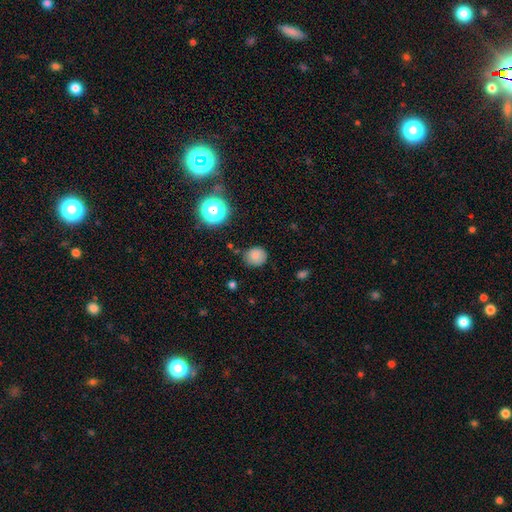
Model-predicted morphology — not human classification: smooth_or_featured: smooth (p=0.80) [alt: star or artifact p=0.14]
how_rounded: round (p=0.80) [alt: in between p=0.19]
merging: none (p=0.77) [alt: minor disturbance p=0.17]